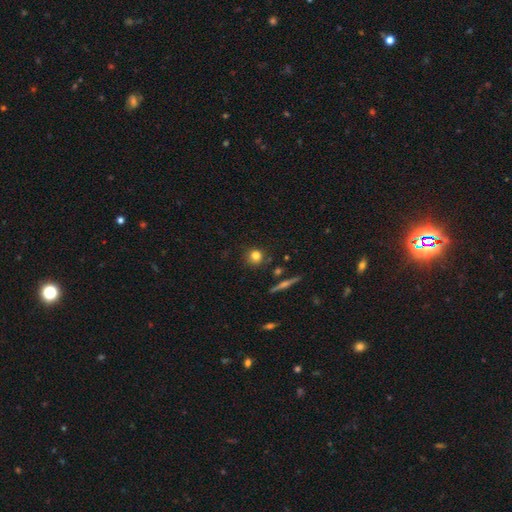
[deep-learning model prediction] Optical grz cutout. It shows a smooth galaxy with no disk features (79%) that is round (89%). Merging: none (83%).